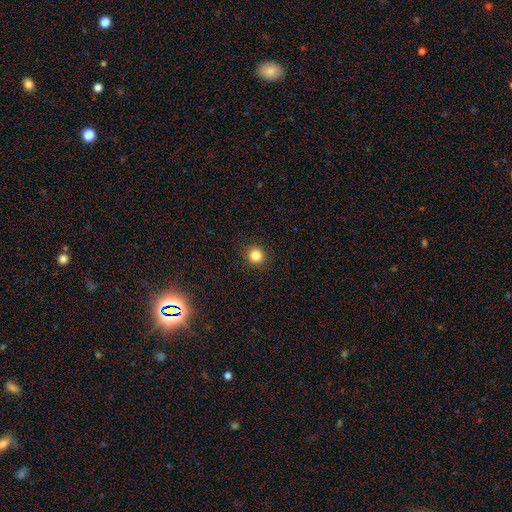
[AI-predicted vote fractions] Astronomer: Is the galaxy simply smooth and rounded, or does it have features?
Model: smooth — 84%.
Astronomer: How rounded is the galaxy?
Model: round — 91%.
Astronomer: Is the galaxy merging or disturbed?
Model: none — 92%.